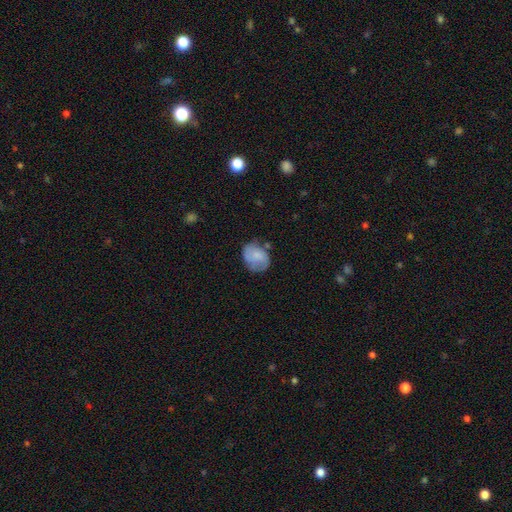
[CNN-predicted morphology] smooth-or-featured: smooth: 64% | featured or disk: 29% | star or artifact: 8%
  how-rounded: in between: 56% | round: 43% | cigar-shaped: 1%
  merging: none: 54% | minor disturbance: 30% | major disturbance: 11% | merger: 5%